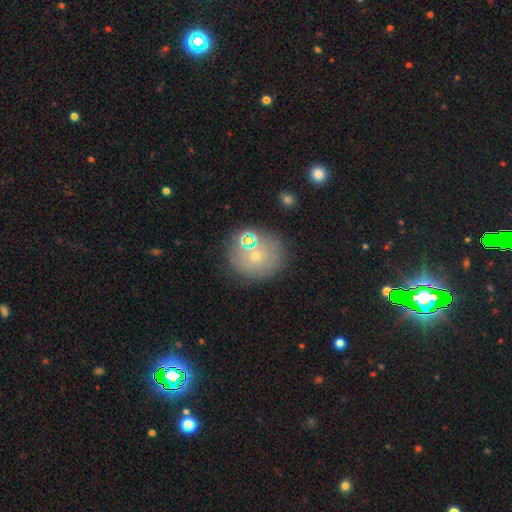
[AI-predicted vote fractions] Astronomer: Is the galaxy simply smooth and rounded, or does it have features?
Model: smooth — 56%.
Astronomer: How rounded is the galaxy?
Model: round — 87%.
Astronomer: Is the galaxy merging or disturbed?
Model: none — 75%.